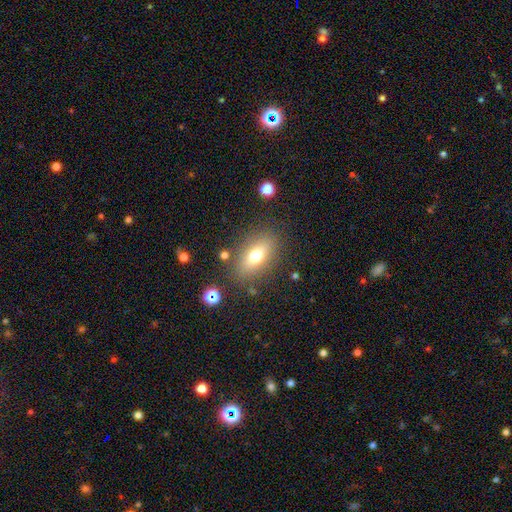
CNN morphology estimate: The model was most divided on "smooth or featured": smooth: 67%, featured or disk: 21%, star or artifact: 11%. More confident: merging — none (82%); how rounded — in between (79%).